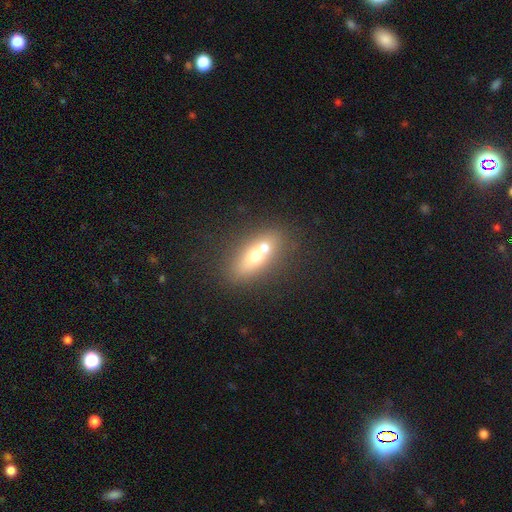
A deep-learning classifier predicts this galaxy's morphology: Smooth or featured? Predicted: smooth (p=0.58). How rounded? Predicted: in between (p=0.67). Merging? Predicted: merger (p=0.59).